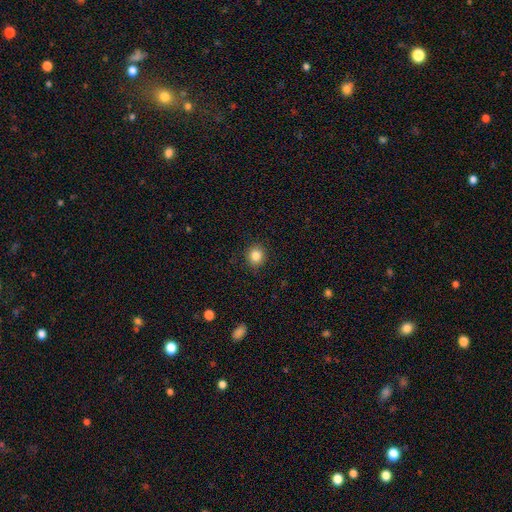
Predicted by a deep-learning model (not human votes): A smooth galaxy with no disk features (84%) that is round (89%).

Vote fractions:
- Smooth or featured? smooth: 84% / star or artifact: 10% / featured or disk: 5%
- How rounded? round: 89% / in between: 10% / cigar-shaped: 1%
- Merging? none: 91% / minor disturbance: 6% / major disturbance: 2% / merger: 1%